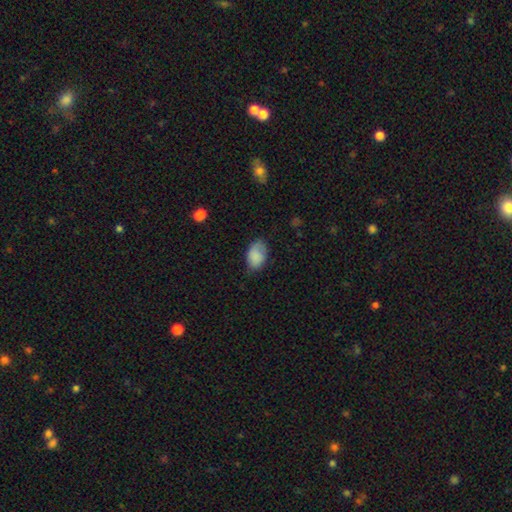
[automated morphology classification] smooth_or_featured: smooth (p=0.85) [alt: featured or disk p=0.08]
how_rounded: in between (p=0.89) [alt: round p=0.10]
merging: none (p=0.65) [alt: minor disturbance p=0.28]